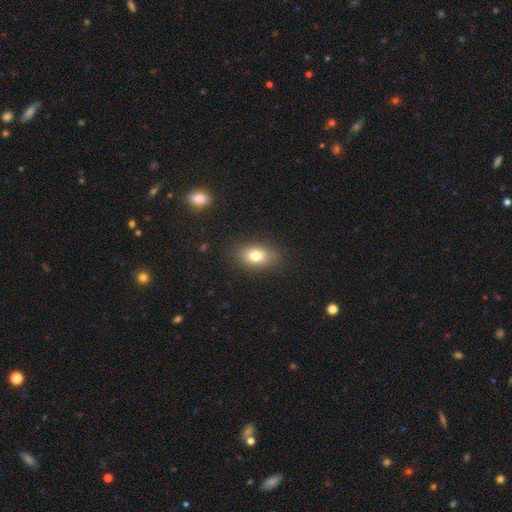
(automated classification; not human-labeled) This is likely a smooth galaxy (77%). How rounded: clearly in between (80%). Merging: clearly none (85%).